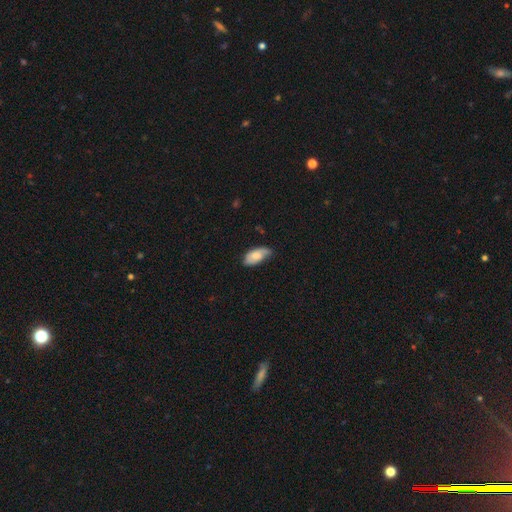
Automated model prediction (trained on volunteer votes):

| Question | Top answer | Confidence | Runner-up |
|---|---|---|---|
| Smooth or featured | smooth | 71% | featured or disk (22%) |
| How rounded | in between | 92% | cigar-shaped (5%) |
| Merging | none | 58% | minor disturbance (34%) |